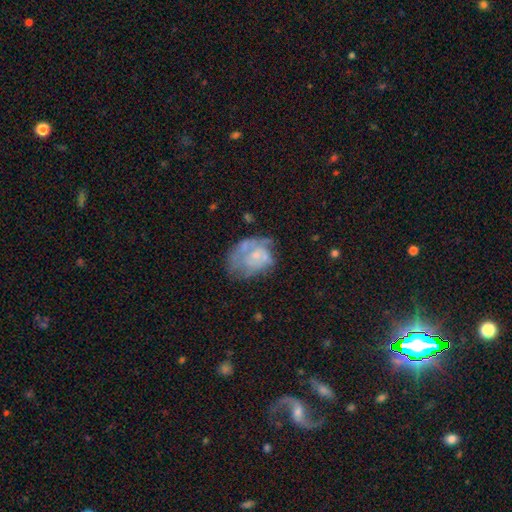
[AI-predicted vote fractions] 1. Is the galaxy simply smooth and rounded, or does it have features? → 59% featured or disk, 32% smooth, 9% star or artifact.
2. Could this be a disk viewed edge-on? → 98% no, 2% yes.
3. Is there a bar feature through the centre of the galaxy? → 84% no, 14% weak, 2% strong.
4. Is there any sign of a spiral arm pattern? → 59% no, 41% yes.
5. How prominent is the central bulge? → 51% small, 24% moderate, 21% none, 3% large, 1% dominant.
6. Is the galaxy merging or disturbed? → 36% none, 30% major disturbance, 27% minor disturbance, 8% merger.